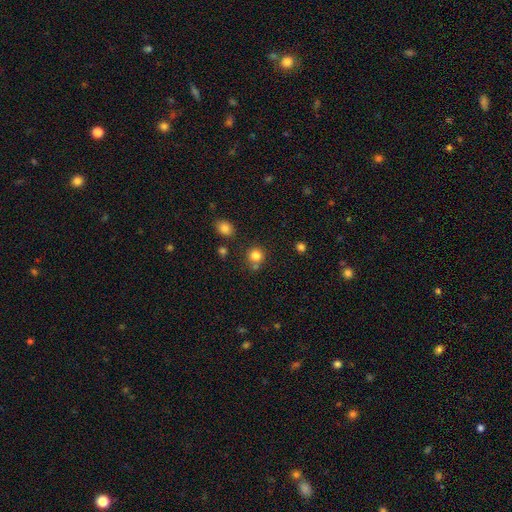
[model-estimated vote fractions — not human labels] smooth_or_featured: smooth (p=0.82) [alt: star or artifact p=0.12]
how_rounded: round (p=0.89) [alt: in between p=0.10]
merging: none (p=0.70) [alt: merger p=0.15]